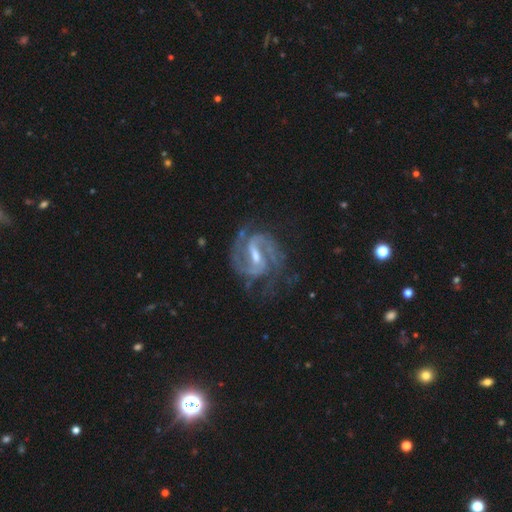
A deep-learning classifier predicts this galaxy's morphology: Smooth or featured: featured or disk — 92% (star or artifact — 5%)
Edge-on disk: no — 98% (yes — 2%)
Bar: strong — 52% (weak — 40%)
Spiral arms: yes — 98% (no — 2%)
Spiral winding: medium — 55% (tight — 34%)
Spiral arm count: 2 — 82% (3 — 8%)
Bulge size: small — 47% (moderate — 45%)
Merging: none — 69% (minor disturbance — 18%)